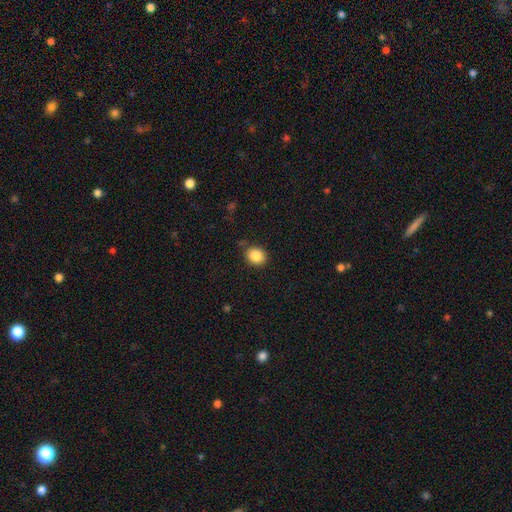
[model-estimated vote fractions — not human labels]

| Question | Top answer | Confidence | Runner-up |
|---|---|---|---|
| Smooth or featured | smooth | 87% | star or artifact (9%) |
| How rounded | round | 70% | in between (29%) |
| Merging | none | 82% | minor disturbance (12%) |